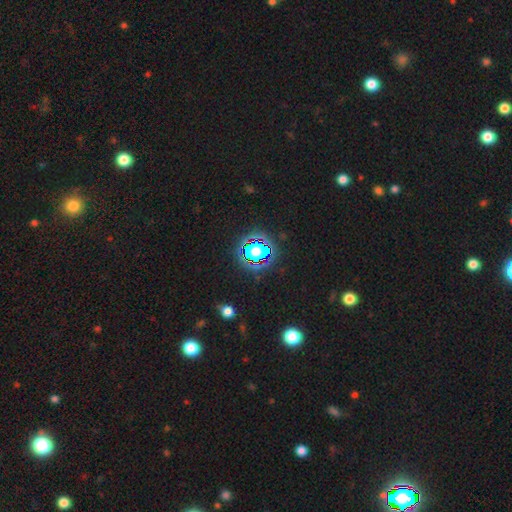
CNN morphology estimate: Smooth or featured?
  - star or artifact: 82% *
  - smooth: 12%
  - featured or disk: 7%